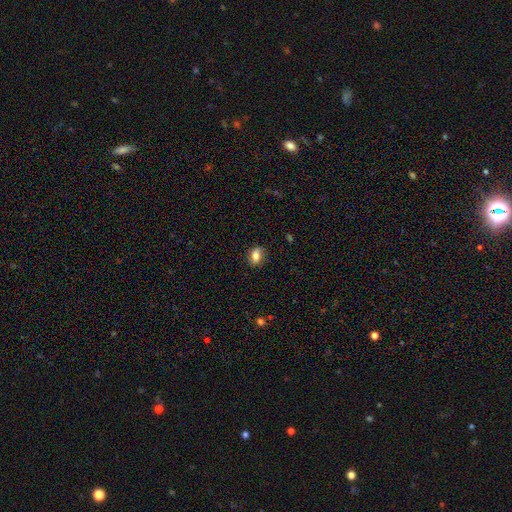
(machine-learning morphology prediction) This appears to be a smooth galaxy with no disk features (76%) that is in between round and cigar-shaped (76%). Merging: none (79%).